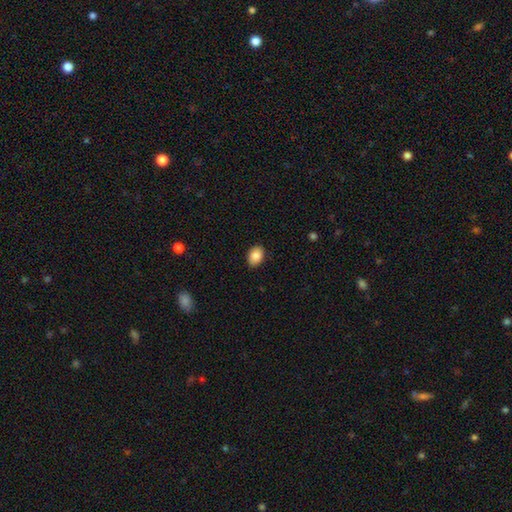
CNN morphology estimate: A smooth galaxy with no disk features (87%) that is in between round and cigar-shaped (72%).

Vote fractions:
- Smooth or featured? smooth: 87% / star or artifact: 8% / featured or disk: 6%
- How rounded? in between: 72% / round: 27% / cigar-shaped: 1%
- Merging? none: 89% / minor disturbance: 9% / major disturbance: 2% / merger: 1%